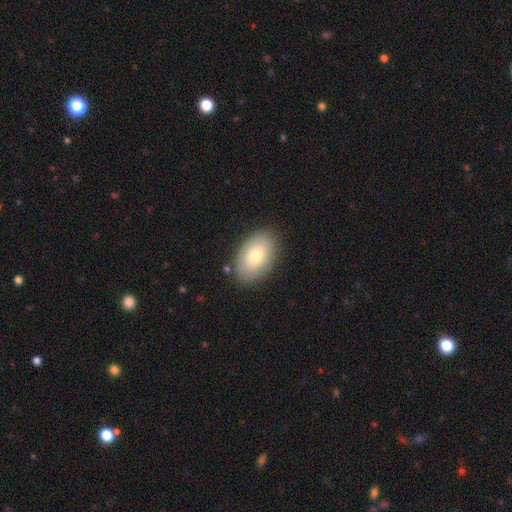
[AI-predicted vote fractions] Smooth or featured?
  - smooth: 74% *
  - featured or disk: 18%
  - star or artifact: 7%
How rounded?
  - in between: 90% *
  - round: 8%
  - cigar-shaped: 1%
Merging?
  - none: 85% *
  - minor disturbance: 10%
  - major disturbance: 3%
  - merger: 2%